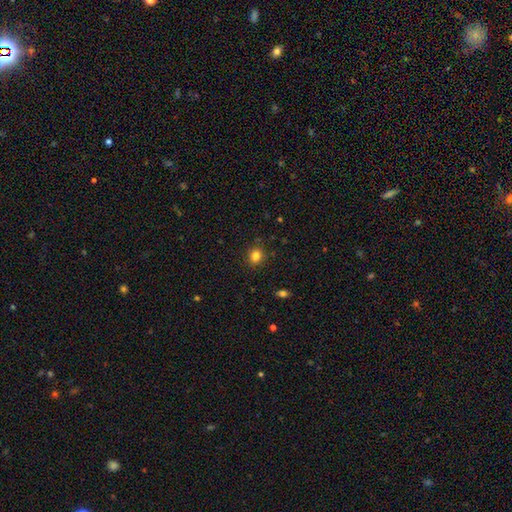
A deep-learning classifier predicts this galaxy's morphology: smooth-or-featured: smooth: 83% | star or artifact: 12% | featured or disk: 5%
  how-rounded: round: 74% | in between: 25% | cigar-shaped: 1%
  merging: none: 88% | minor disturbance: 8% | major disturbance: 2% | merger: 2%